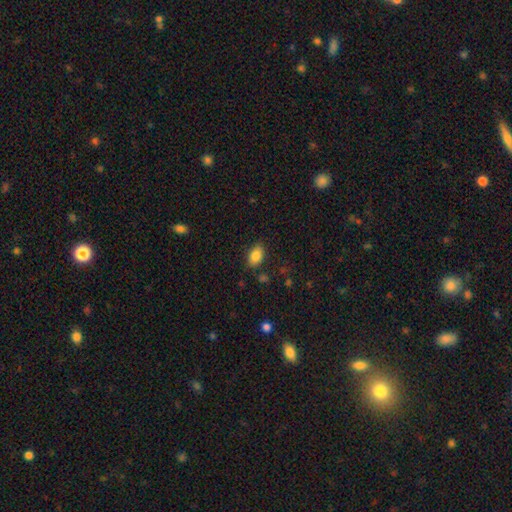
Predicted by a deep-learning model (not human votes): This appears to be a smooth galaxy with no disk features (85%) that is in between round and cigar-shaped (89%). Merging: none (83%).